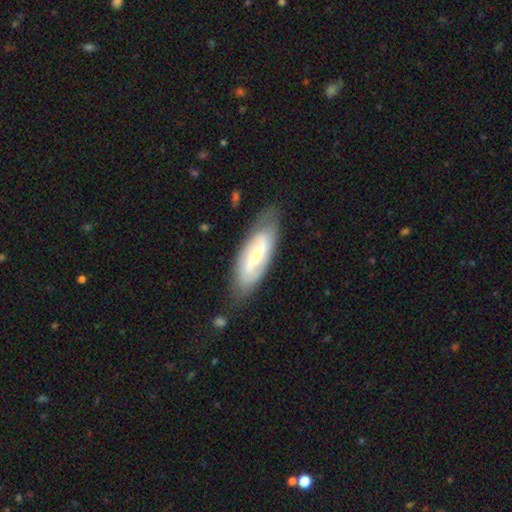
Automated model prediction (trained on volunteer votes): Smooth or featured?
  - featured or disk: 66% *
  - smooth: 29%
  - star or artifact: 5%
Edge-on disk?
  - no: 89% *
  - yes: 11%
Bar?
  - weak: 45% *
  - strong: 28%
  - no: 27%
Spiral arms?
  - yes: 86% *
  - no: 14%
Spiral winding?
  - loose: 40% *
  - medium: 38%
  - tight: 23%
Spiral arm count?
  - 2: 81% *
  - can't tell: 13%
  - 1: 2%
  - 3: 2%
  - 4: 1%
  - more than 4: 1%
Bulge size?
  - small: 59% *
  - moderate: 33%
  - none: 4%
  - large: 3%
  - dominant: 1%
Merging?
  - none: 77% *
  - minor disturbance: 17%
  - major disturbance: 4%
  - merger: 2%